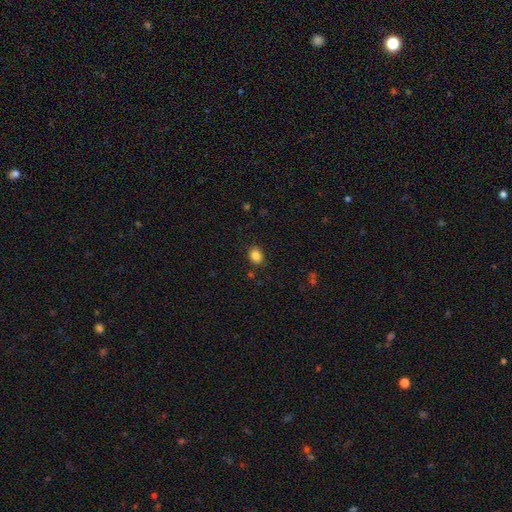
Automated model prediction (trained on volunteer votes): Q: Smooth or featured?
A: smooth (85%); runner-up: star or artifact (10%)
Q: How rounded?
A: round (51%); runner-up: in between (48%)
Q: Merging?
A: none (87%); runner-up: minor disturbance (9%)